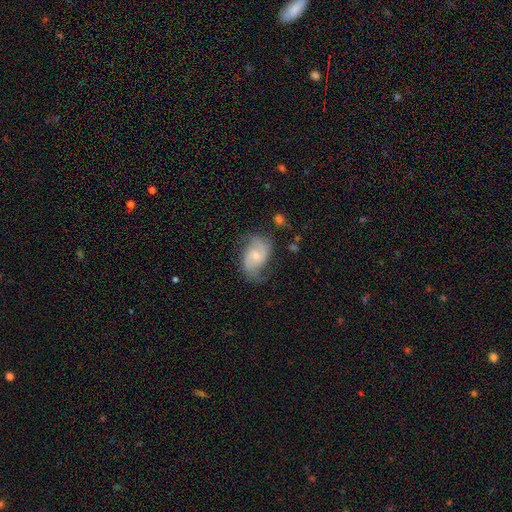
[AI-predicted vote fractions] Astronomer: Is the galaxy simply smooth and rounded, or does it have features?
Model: featured or disk — 75%.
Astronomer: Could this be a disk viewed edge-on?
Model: no — 97%.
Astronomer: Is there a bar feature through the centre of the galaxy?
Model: no — 47% (runner-up: weak, 45%).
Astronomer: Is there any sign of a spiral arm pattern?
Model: yes — 94%.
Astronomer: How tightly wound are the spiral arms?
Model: medium — 47% (runner-up: loose, 33%).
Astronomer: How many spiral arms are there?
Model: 2 — 85%.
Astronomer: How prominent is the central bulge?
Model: small — 56% (runner-up: moderate, 37%).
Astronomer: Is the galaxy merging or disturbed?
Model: none — 63%.